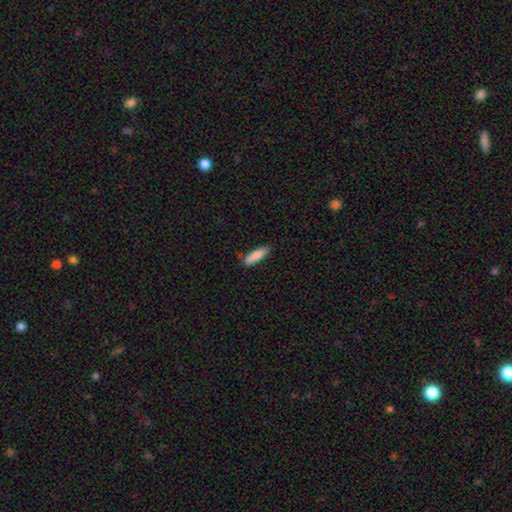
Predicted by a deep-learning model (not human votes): Morphology: type=smooth (87%); roundness=cigar-shaped (67%); merging=none (83%).